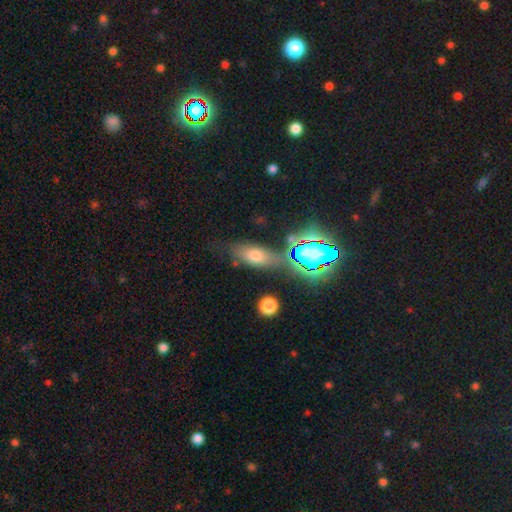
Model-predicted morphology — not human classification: A smooth galaxy with no disk features (58%) that is in between round and cigar-shaped (71%).

Vote fractions:
- Smooth or featured? smooth: 58% / star or artifact: 22% / featured or disk: 20%
- How rounded? in between: 71% / cigar-shaped: 20% / round: 9%
- Merging? none: 65% / minor disturbance: 18% / merger: 10% / major disturbance: 8%